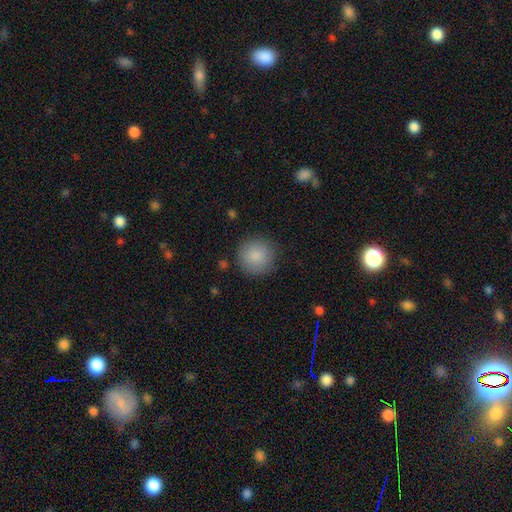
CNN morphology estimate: Smooth or featured: smooth — 87% (star or artifact — 8%)
How rounded: round — 94% (in between — 5%)
Merging: none — 86% (minor disturbance — 9%)